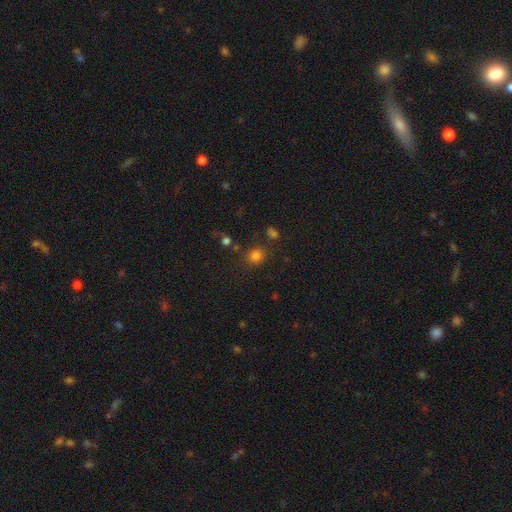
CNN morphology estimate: A smooth galaxy with no disk features (78%) that is round (80%). Merging: none (78%).